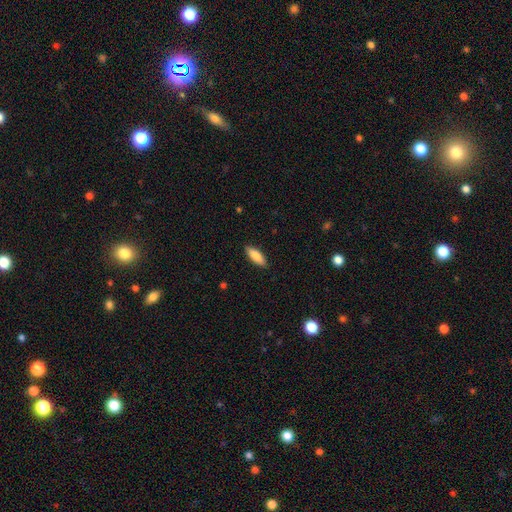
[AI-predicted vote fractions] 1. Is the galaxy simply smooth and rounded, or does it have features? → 84% smooth, 11% featured or disk, 6% star or artifact.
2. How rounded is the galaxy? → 65% in between, 33% cigar-shaped, 2% round.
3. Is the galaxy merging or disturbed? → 88% none, 9% minor disturbance, 2% major disturbance, 1% merger.